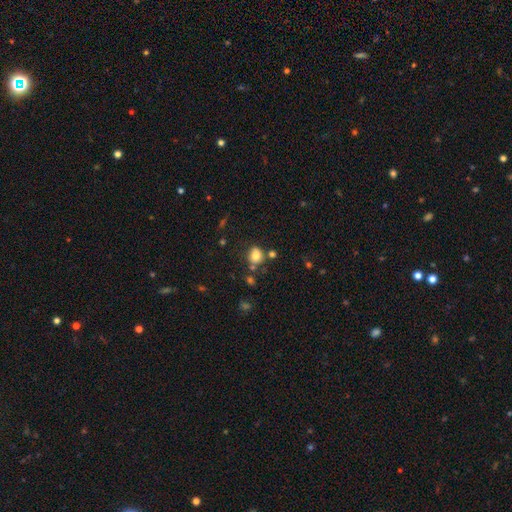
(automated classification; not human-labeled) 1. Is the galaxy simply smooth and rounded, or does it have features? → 78% smooth, 12% star or artifact, 9% featured or disk.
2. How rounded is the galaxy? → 62% round, 37% in between, 1% cigar-shaped.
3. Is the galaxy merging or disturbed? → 69% none, 15% minor disturbance, 12% merger, 5% major disturbance.